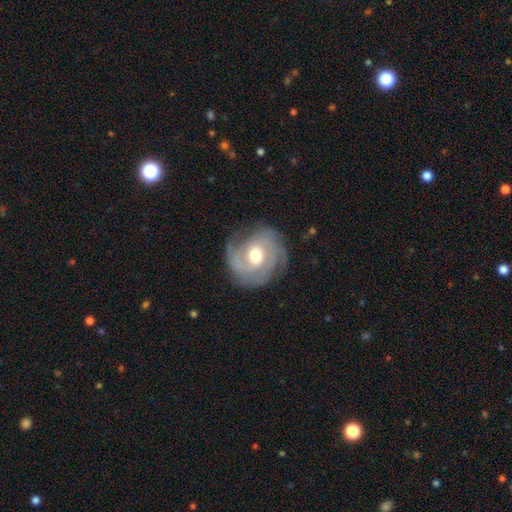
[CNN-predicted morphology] smooth_or_featured: featured or disk (p=0.79) [alt: smooth p=0.15]
disk_edge_on: no (p=0.98) [alt: yes p=0.02]
bar: no (p=0.56) [alt: weak p=0.36]
has_spiral_arms: yes (p=0.93) [alt: no p=0.07]
spiral_winding: tight (p=0.51) [alt: medium p=0.37]
spiral_arm_count: 2 (p=0.41) [alt: can't tell p=0.21]
bulge_size: moderate (p=0.74) [alt: large p=0.13]
merging: none (p=0.73) [alt: minor disturbance p=0.18]